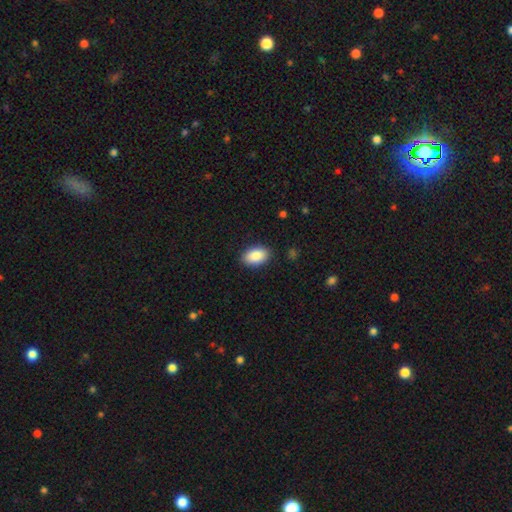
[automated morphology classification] Smooth or featured? Predicted: smooth (p=0.88). How rounded? Predicted: in between (p=0.91). Merging? Predicted: none (p=0.88).